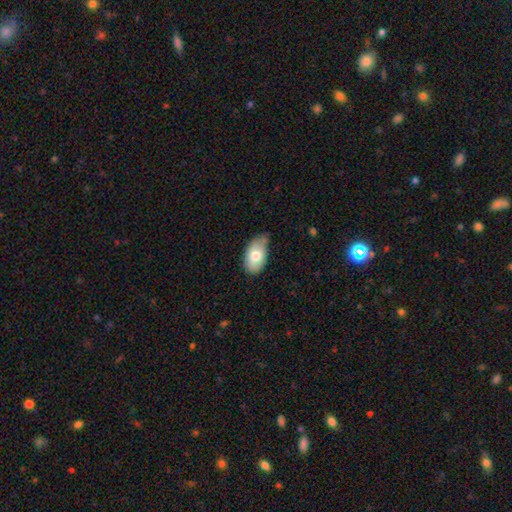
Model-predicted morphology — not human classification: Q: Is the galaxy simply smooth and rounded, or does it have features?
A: smooth — 76%.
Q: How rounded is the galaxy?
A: in between — 93%.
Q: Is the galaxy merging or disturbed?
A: none — 52%.